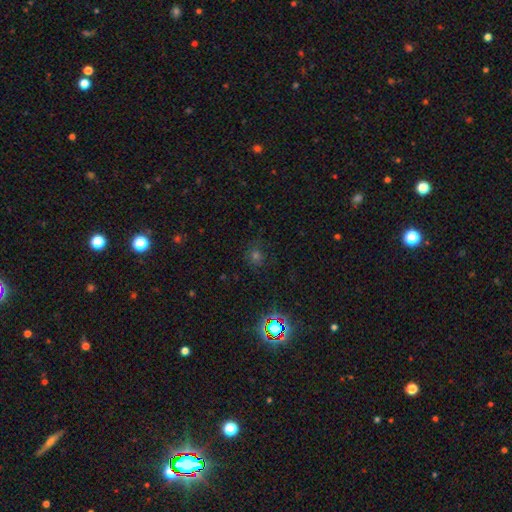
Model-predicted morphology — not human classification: This is possibly a star or artifact rather than a galaxy (47%).